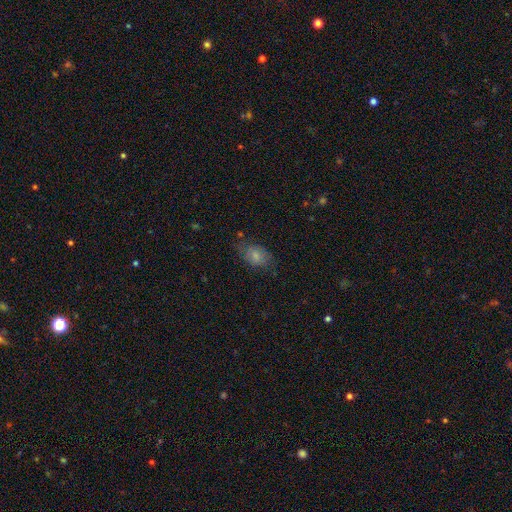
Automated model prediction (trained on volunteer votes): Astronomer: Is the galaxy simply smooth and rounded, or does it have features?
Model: smooth — 74%.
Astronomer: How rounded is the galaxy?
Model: in between — 84%.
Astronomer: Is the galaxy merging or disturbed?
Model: none — 62%.